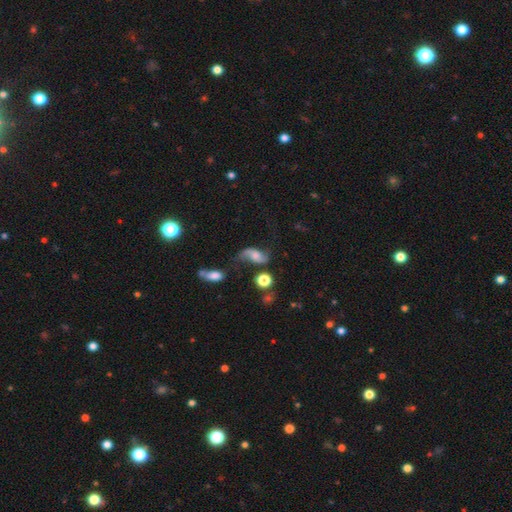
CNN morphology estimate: smooth-or-featured: featured or disk: 69% | smooth: 21% | star or artifact: 10%
  disk-edge-on: no: 95% | yes: 5%
    bar: no: 62% | weak: 30% | strong: 8%
    has-spiral-arms: yes: 92% | no: 8%
      spiral-winding: loose: 83% | medium: 13% | tight: 4%
      spiral-arm-count: 2: 91% | 1: 3% | can't tell: 3% | 3: 1% | 4: 1% | more than 4: 1%
    bulge-size: moderate: 39% | small: 29% | none: 16% | large: 13% | dominant: 3%
  merging: none: 54% | minor disturbance: 21% | major disturbance: 14% | merger: 11%